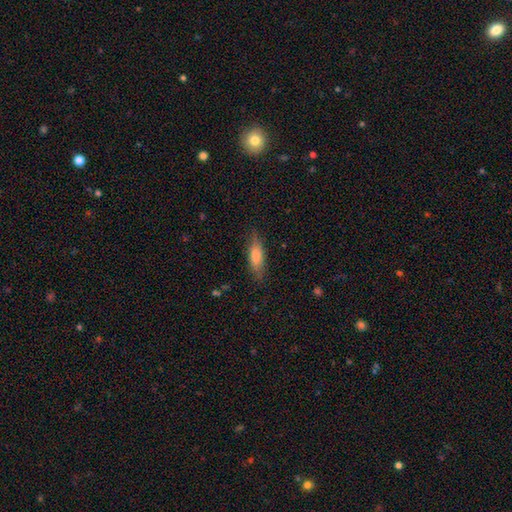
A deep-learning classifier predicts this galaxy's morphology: Overall: smooth (68%). How rounded: cigar-shaped (53%; in between 44%). Merging: none (81%).